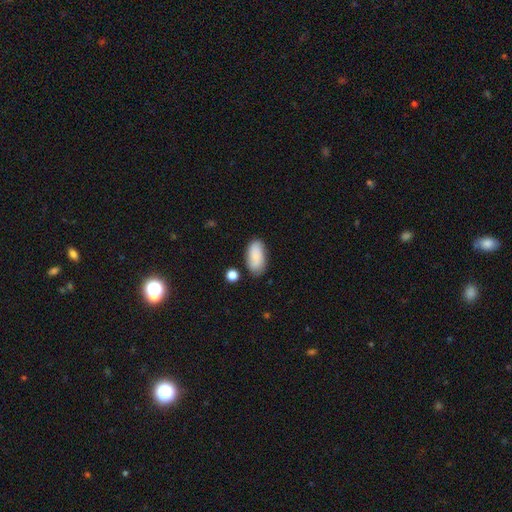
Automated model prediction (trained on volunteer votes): This appears to be a smooth galaxy with no disk features (80%) that is in between round and cigar-shaped (93%). Merging: none (73%).